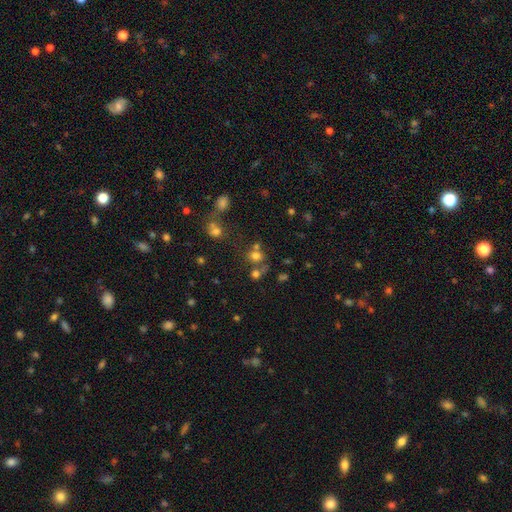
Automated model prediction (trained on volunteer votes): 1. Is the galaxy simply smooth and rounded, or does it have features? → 67% smooth, 22% star or artifact, 11% featured or disk.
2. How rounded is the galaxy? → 68% round, 31% in between, 1% cigar-shaped.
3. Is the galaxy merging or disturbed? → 49% none, 32% merger, 11% minor disturbance, 7% major disturbance.